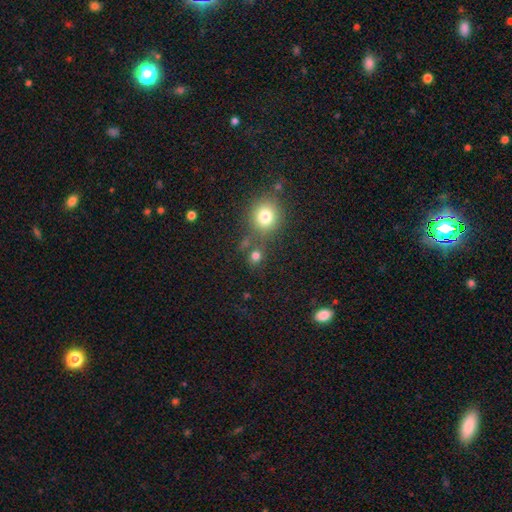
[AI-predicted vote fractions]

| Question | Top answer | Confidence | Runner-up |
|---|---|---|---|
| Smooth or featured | smooth | 77% | star or artifact (17%) |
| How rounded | round | 80% | in between (18%) |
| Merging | none | 69% | merger (17%) |